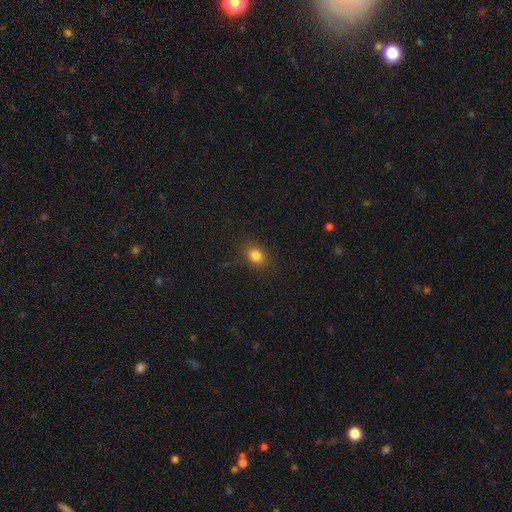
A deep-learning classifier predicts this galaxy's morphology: smooth_or_featured: smooth (p=0.83) [alt: star or artifact p=0.11]
how_rounded: in between (p=0.55) [alt: round p=0.43]
merging: none (p=0.86) [alt: minor disturbance p=0.10]